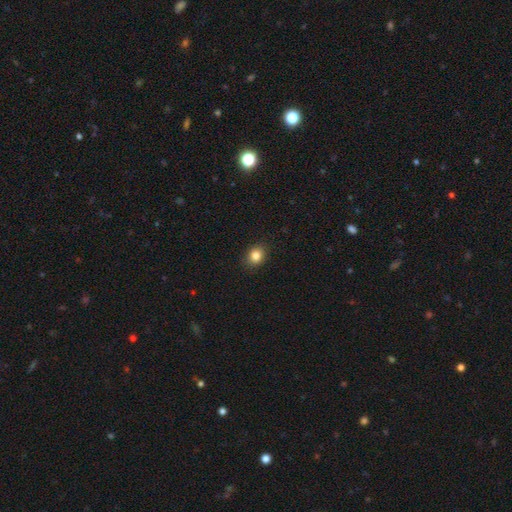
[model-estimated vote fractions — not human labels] Smooth or featured? Predicted: smooth (p=0.83). How rounded? Predicted: round (p=0.54). Merging? Predicted: none (p=0.88).